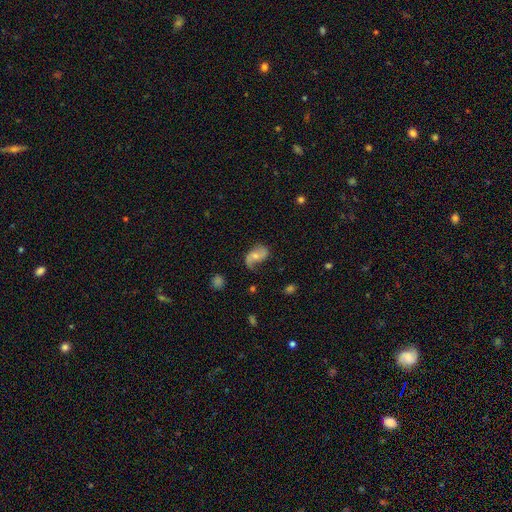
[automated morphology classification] Smooth or featured?
  - featured or disk: 71% *
  - smooth: 22%
  - star or artifact: 7%
Edge-on disk?
  - no: 97% *
  - yes: 3%
Bar?
  - no: 56% *
  - weak: 34%
  - strong: 10%
Spiral arms?
  - yes: 92% *
  - no: 8%
Spiral winding?
  - loose: 65% *
  - medium: 27%
  - tight: 8%
Spiral arm count?
  - 2: 83% *
  - 1: 10%
  - can't tell: 4%
  - 3: 1%
  - 4: 1%
  - more than 4: 1%
Bulge size?
  - moderate: 50% *
  - small: 40%
  - none: 5%
  - large: 3%
  - dominant: 1%
Merging?
  - none: 58% *
  - minor disturbance: 25%
  - major disturbance: 14%
  - merger: 2%